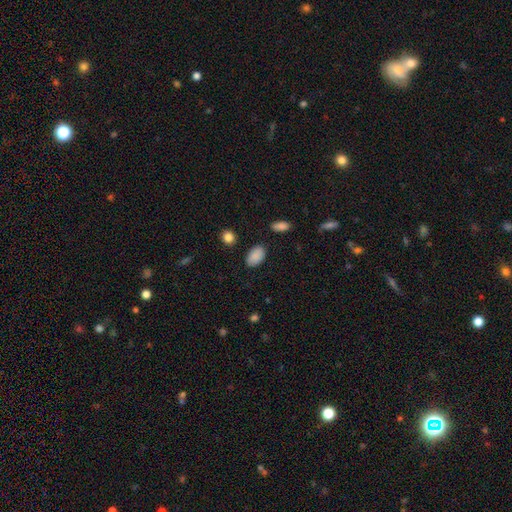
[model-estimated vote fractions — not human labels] smooth 88%, star or artifact 8%, featured or disk 4%. Down the decision tree: how rounded — in between (91%); merging — none (84%).